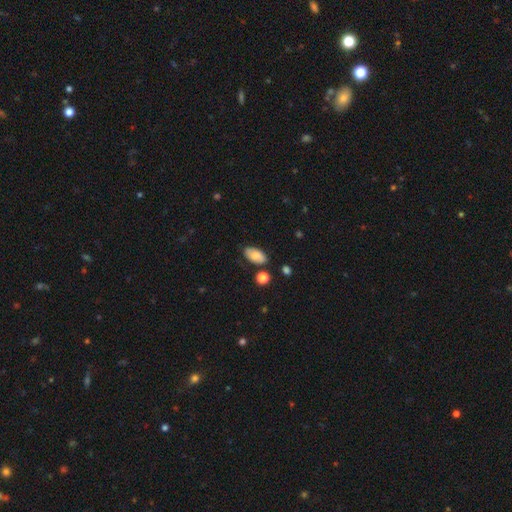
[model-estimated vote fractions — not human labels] Smooth or featured: smooth — 72% (featured or disk — 21%)
How rounded: in between — 93% (round — 4%)
Merging: none — 80% (minor disturbance — 13%)